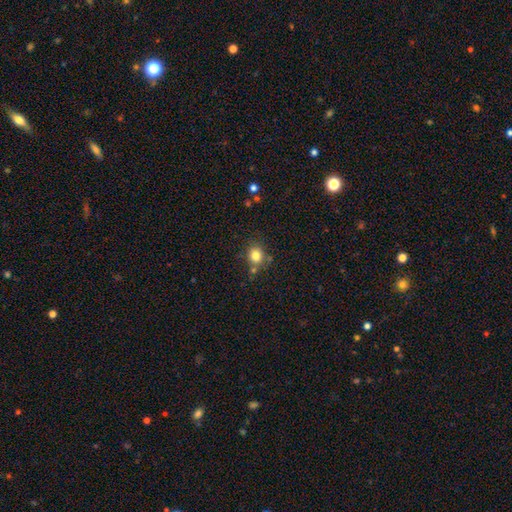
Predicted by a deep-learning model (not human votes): Smooth or featured? smooth (81%)
How rounded? round (73%)
Merging? none (69%)